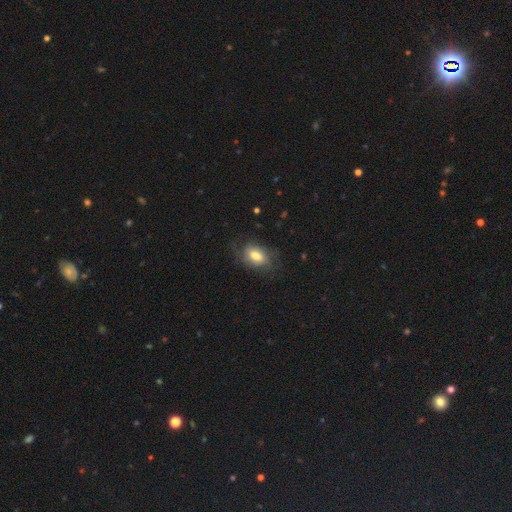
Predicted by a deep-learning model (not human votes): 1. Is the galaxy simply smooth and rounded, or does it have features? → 55% smooth, 37% featured or disk, 8% star or artifact.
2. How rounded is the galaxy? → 86% in between, 12% round, 2% cigar-shaped.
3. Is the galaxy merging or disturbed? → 63% none, 22% minor disturbance, 14% major disturbance, 1% merger.